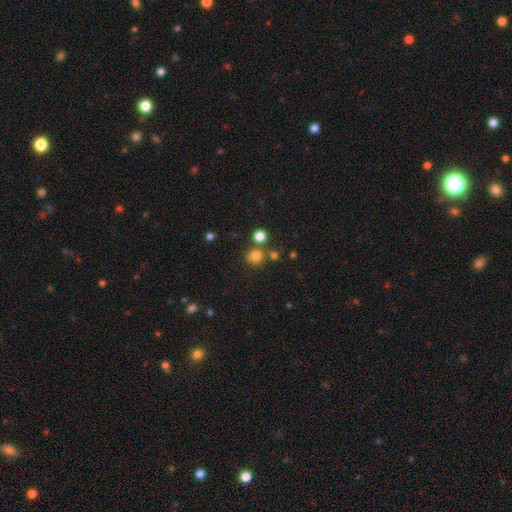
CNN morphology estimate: A smooth galaxy with no disk features (79%) that is round (86%). Merging: none (72%).